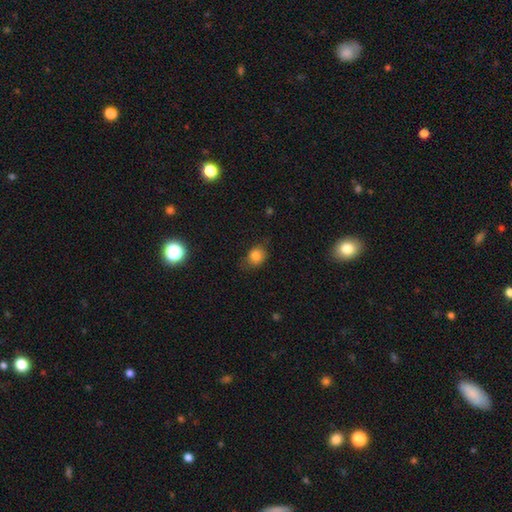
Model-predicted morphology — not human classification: smooth-or-featured: smooth: 82% | star or artifact: 11% | featured or disk: 7%
  how-rounded: round: 54% | in between: 45% | cigar-shaped: 1%
  merging: none: 70% | minor disturbance: 23% | major disturbance: 6% | merger: 1%